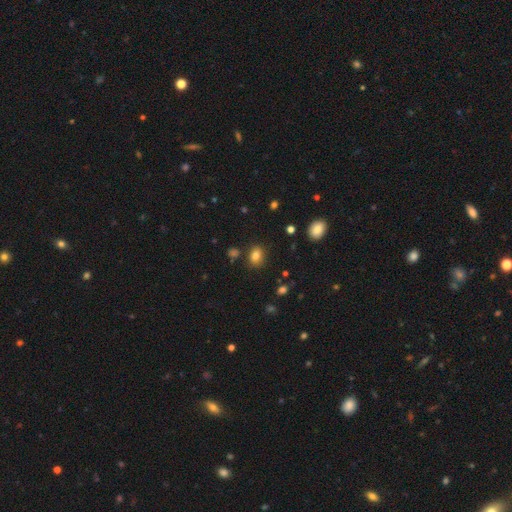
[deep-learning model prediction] This appears to be a smooth galaxy with no disk features (82%) that is in between round and cigar-shaped (63%). Merging: none (82%).